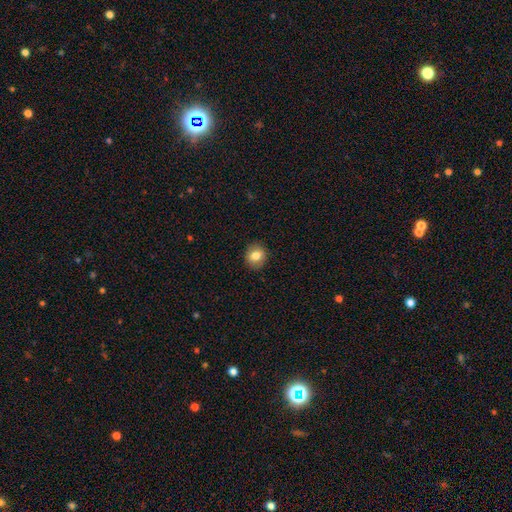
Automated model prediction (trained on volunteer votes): This is clearly a smooth galaxy (81%). How rounded: clearly round (82%). Merging: clearly none (90%).